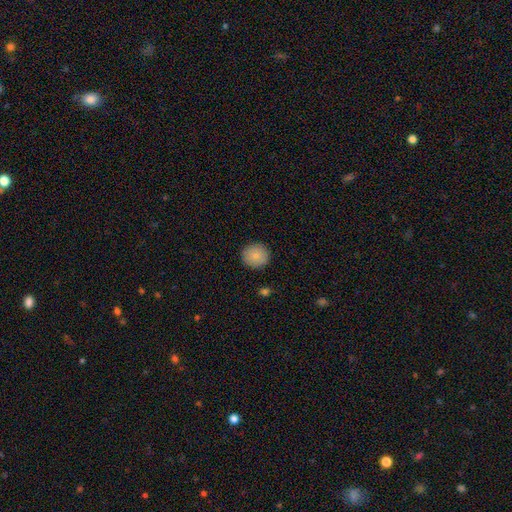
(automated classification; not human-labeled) This appears to be a smooth galaxy with no disk features (86%) that is round (87%). Merging: none (90%).